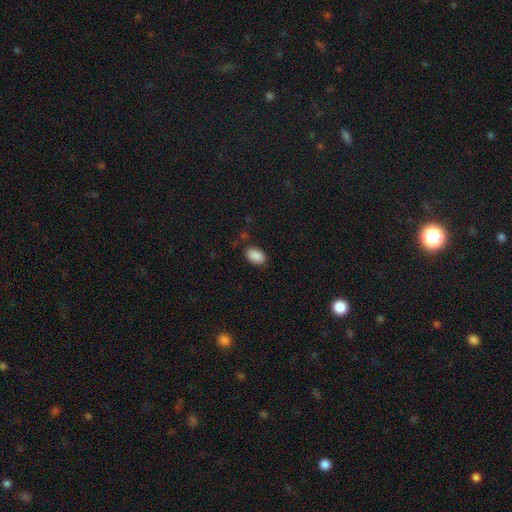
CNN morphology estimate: smooth_or_featured: smooth (p=0.89) [alt: star or artifact p=0.07]
how_rounded: in between (p=0.89) [alt: round p=0.10]
merging: none (p=0.83) [alt: minor disturbance p=0.12]